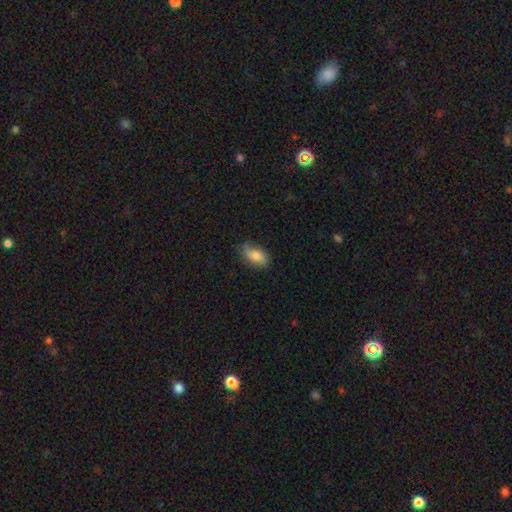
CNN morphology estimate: Overall: smooth (67%). How rounded: in between (91%). Merging: none (63%; minor disturbance 27%).